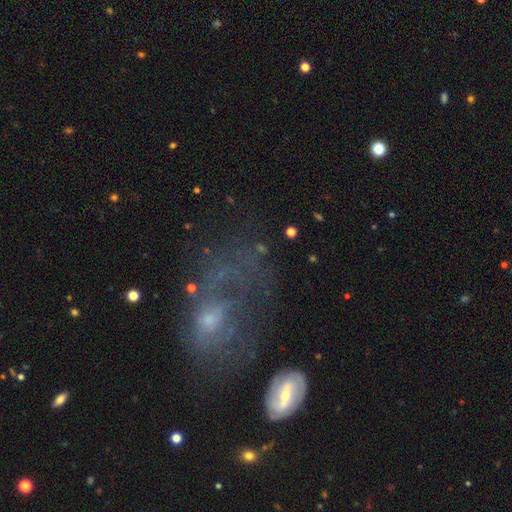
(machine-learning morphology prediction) Smooth or featured? Predicted: featured or disk (p=0.48). Merging? Predicted: major disturbance (p=0.39).